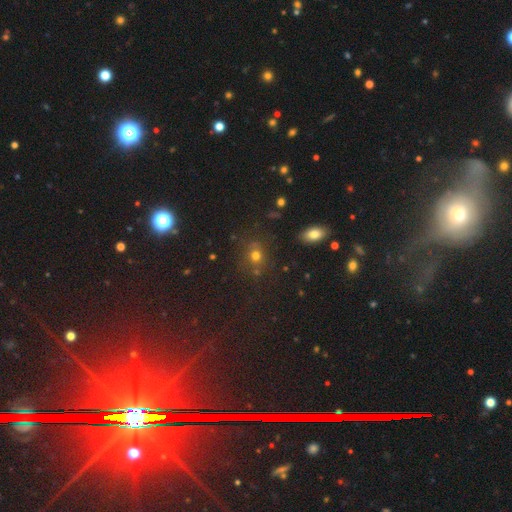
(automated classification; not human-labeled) smooth_or_featured: smooth (p=0.69) [alt: star or artifact p=0.21]
how_rounded: round (p=0.78) [alt: in between p=0.21]
merging: none (p=0.75) [alt: minor disturbance p=0.13]